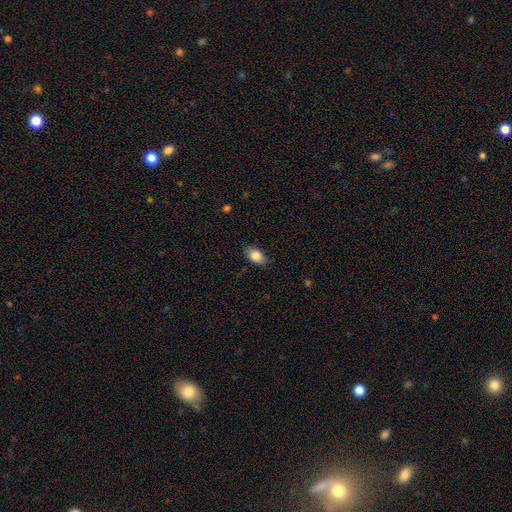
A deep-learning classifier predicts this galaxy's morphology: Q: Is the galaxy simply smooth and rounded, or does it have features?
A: smooth — 85%.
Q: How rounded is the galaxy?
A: in between — 89%.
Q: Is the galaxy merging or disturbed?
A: none — 84%.